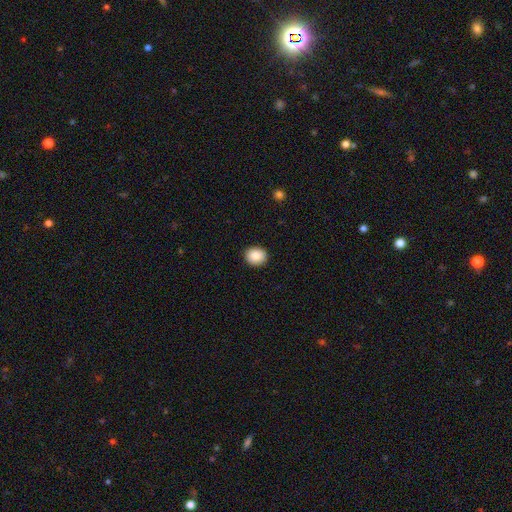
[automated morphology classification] smooth_or_featured: smooth (p=0.88) [alt: star or artifact p=0.08]
how_rounded: round (p=0.69) [alt: in between p=0.30]
merging: none (p=0.91) [alt: minor disturbance p=0.06]